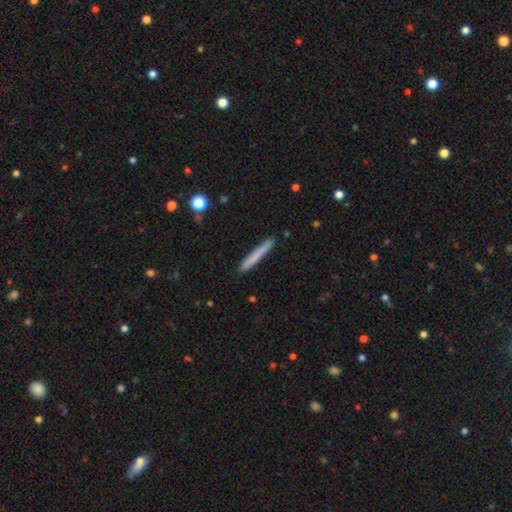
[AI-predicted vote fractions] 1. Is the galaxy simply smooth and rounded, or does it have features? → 74% smooth, 20% featured or disk, 6% star or artifact.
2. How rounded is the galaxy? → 97% cigar-shaped, 2% in between, 1% round.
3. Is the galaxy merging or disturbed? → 90% none, 8% minor disturbance, 1% major disturbance, 1% merger.